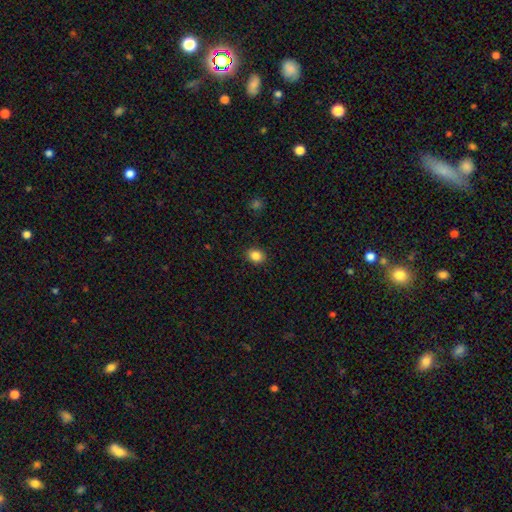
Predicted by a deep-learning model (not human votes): The model was most divided on "how rounded": in between: 52%, round: 47%, cigar-shaped: 1%. More confident: merging — none (90%); smooth or featured — smooth (85%).